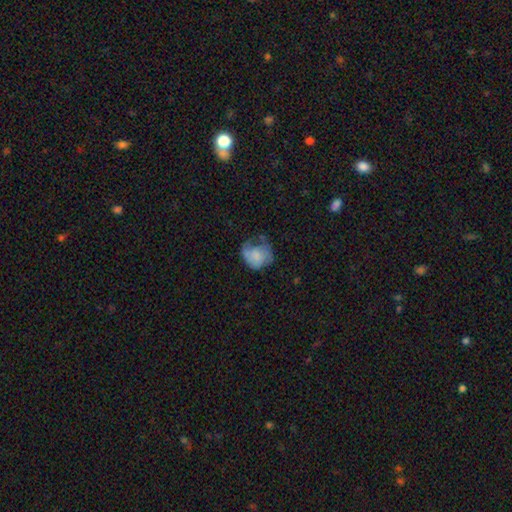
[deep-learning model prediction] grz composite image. It shows a smooth galaxy with no disk features (58%) that is round (67%). Merging: major disturbance (35%).